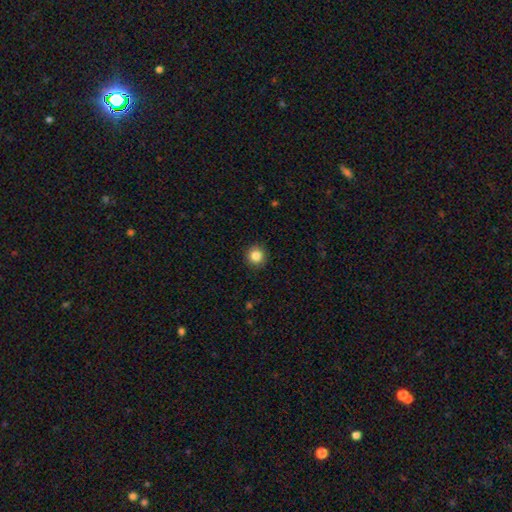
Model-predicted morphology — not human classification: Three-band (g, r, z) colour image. It shows a smooth galaxy with no disk features (85%) that is round (93%). Merging: none (92%).